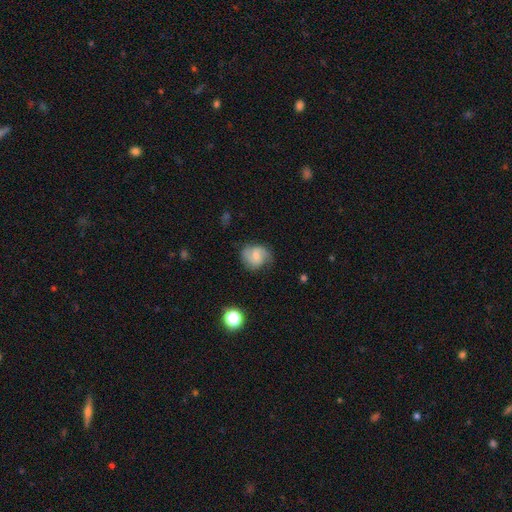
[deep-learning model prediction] smooth-or-featured: featured or disk: 64% | smooth: 28% | star or artifact: 8%
  disk-edge-on: no: 98% | yes: 2%
    bar: weak: 53% | no: 33% | strong: 14%
    has-spiral-arms: yes: 92% | no: 8%
      spiral-winding: medium: 48% | loose: 27% | tight: 25%
      spiral-arm-count: 2: 83% | can't tell: 8% | 1: 4% | 3: 2% | 4: 1% | more than 4: 1%
    bulge-size: small: 45% | moderate: 40% | none: 11% | large: 3% | dominant: 1%
  merging: none: 71% | minor disturbance: 21% | major disturbance: 7% | merger: 2%